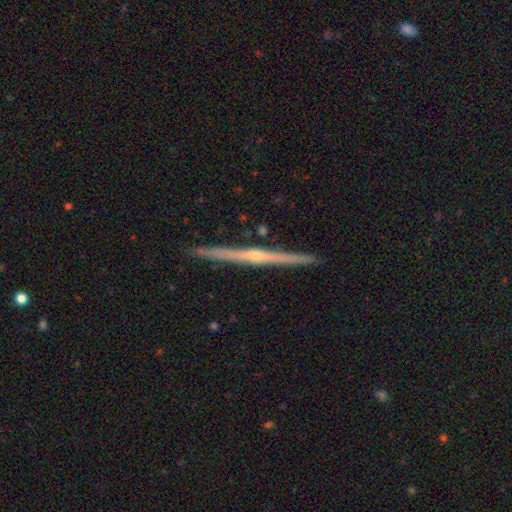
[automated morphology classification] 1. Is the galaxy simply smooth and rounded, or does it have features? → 82% featured or disk, 13% smooth, 5% star or artifact.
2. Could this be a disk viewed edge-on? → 99% yes, 1% no.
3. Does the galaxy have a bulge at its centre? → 68% rounded, 27% none, 4% boxy.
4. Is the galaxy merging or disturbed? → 93% none, 5% minor disturbance, 1% merger, 1% major disturbance.